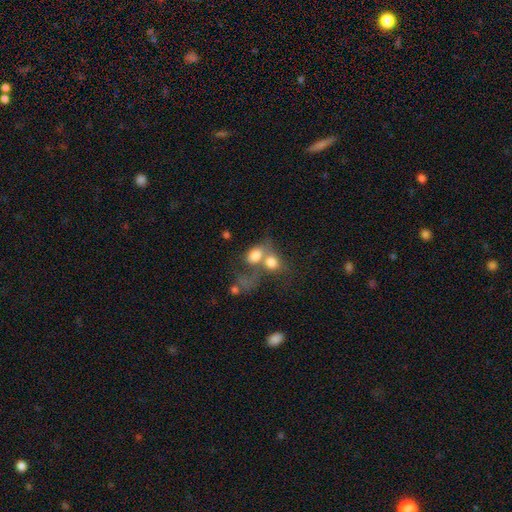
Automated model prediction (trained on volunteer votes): Q: Smooth or featured?
A: smooth (72%); runner-up: featured or disk (17%)
Q: How rounded?
A: in between (61%); runner-up: round (37%)
Q: Merging?
A: merger (65%); runner-up: none (16%)